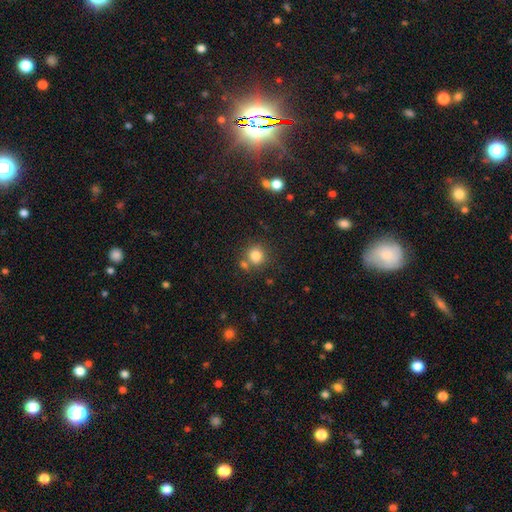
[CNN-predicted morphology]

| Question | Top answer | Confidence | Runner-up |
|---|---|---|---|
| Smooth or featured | smooth | 82% | star or artifact (12%) |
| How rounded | round | 88% | in between (11%) |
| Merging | none | 69% | merger (17%) |